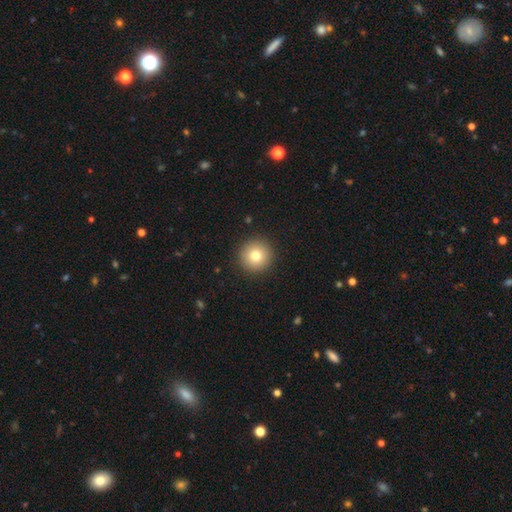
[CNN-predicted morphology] Smooth or featured: smooth — 79% (star or artifact — 11%)
How rounded: round — 95% (in between — 4%)
Merging: none — 92% (minor disturbance — 5%)